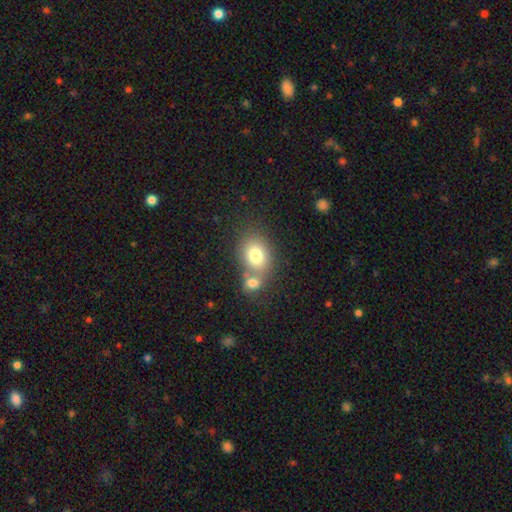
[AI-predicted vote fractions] Morphology: type=smooth (76%); roundness=in between (53%); merging=merger (45%).